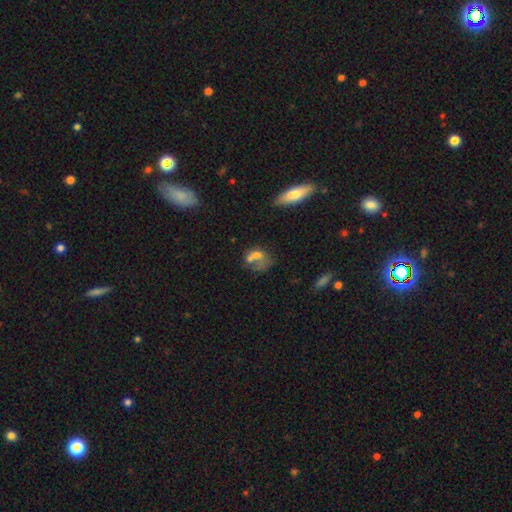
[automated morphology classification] A smooth galaxy with no disk features (54%) that is in between round and cigar-shaped (63%).

Vote fractions:
- Smooth or featured? smooth: 54% / featured or disk: 34% / star or artifact: 12%
- How rounded? in between: 63% / round: 35% / cigar-shaped: 2%
- Merging? merger: 39% / none: 24% / major disturbance: 23% / minor disturbance: 14%